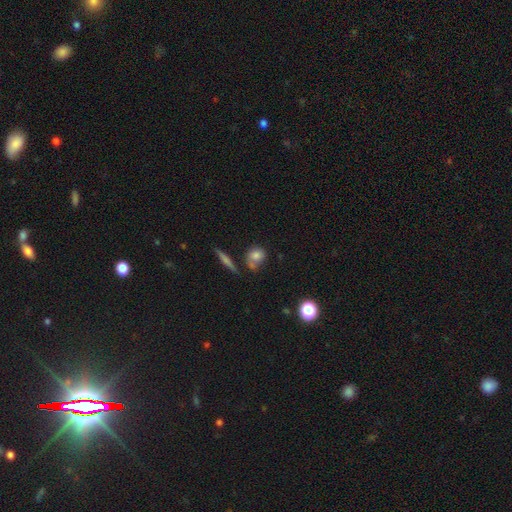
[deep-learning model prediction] Morphology: type=smooth (75%); roundness=round (65%); merging=none (55%).